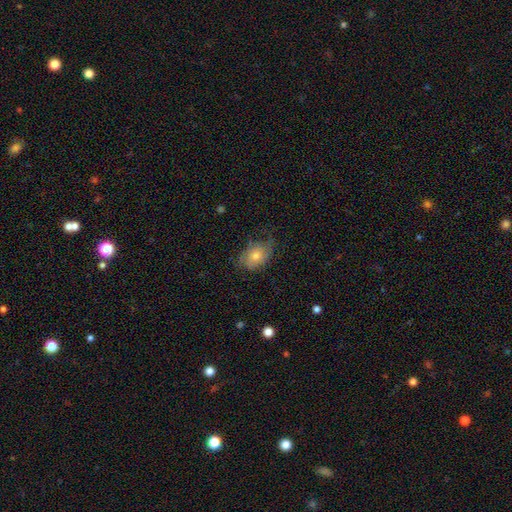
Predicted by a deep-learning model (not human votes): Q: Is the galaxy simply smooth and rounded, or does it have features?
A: smooth — 52%.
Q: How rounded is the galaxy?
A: in between — 76%.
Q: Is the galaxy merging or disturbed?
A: none — 58%.